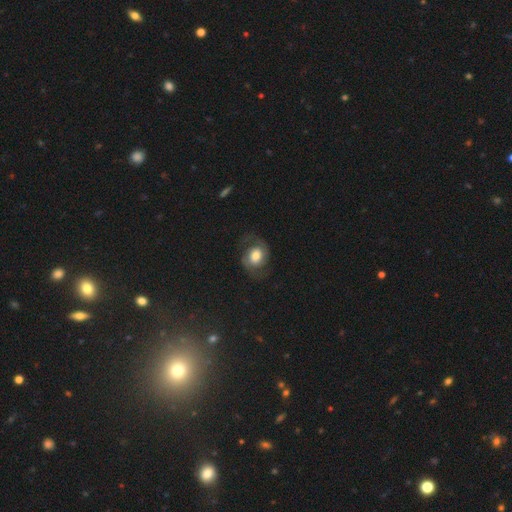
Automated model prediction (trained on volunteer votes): The model was most divided on "bulge size": moderate: 47%, large: 36%, small: 9%, dominant: 6%, none: 2%. More confident: edge-on disk — no (97%); spiral arm count — 2 (90%); spiral arms — yes (88%); merging — none (69%); bar — no (67%); smooth or featured — featured or disk (63%); spiral winding — medium (51%).